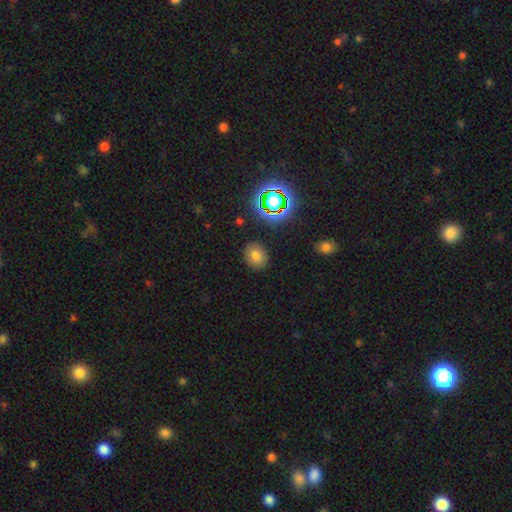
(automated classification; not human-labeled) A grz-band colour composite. It shows a smooth galaxy with no disk features (73%) that is round (65%). Merging: none (87%).